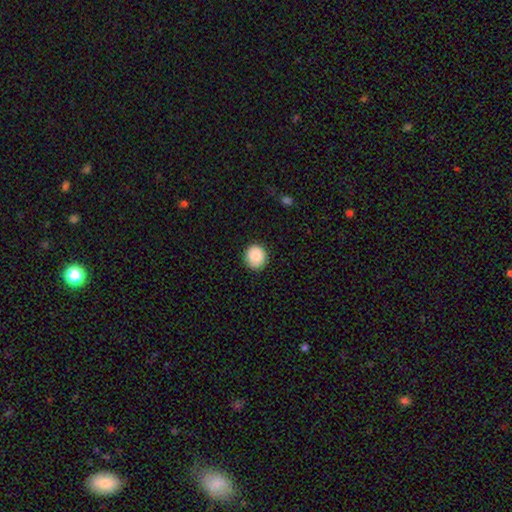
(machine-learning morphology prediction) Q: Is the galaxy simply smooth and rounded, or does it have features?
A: smooth — 86%.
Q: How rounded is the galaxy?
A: round — 88%.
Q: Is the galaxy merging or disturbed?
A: none — 89%.